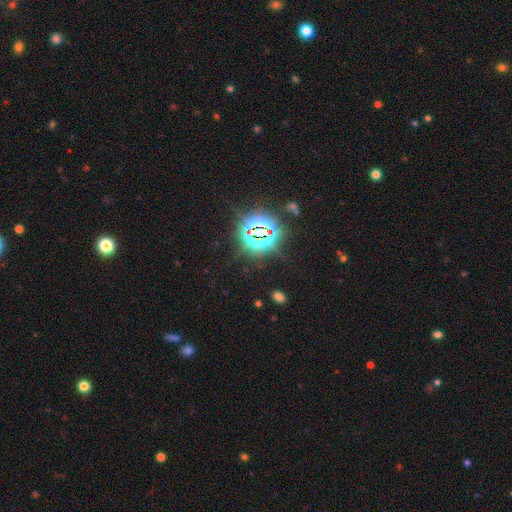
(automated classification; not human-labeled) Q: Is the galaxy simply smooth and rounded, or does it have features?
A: star or artifact — 83%.